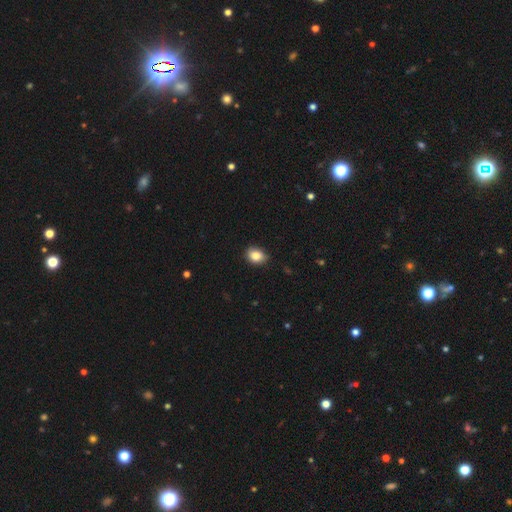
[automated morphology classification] smooth_or_featured: smooth (p=0.86) [alt: star or artifact p=0.09]
how_rounded: in between (p=0.65) [alt: round p=0.34]
merging: none (p=0.80) [alt: minor disturbance p=0.16]